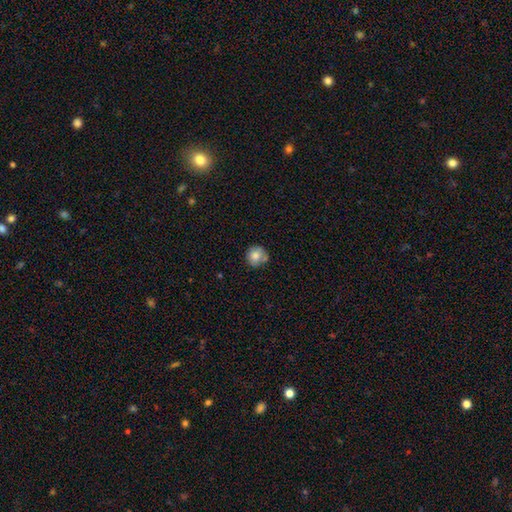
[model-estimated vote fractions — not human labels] Q: Smooth or featured?
A: smooth (79%); runner-up: featured or disk (12%)
Q: How rounded?
A: round (91%); runner-up: in between (8%)
Q: Merging?
A: none (70%); runner-up: minor disturbance (19%)